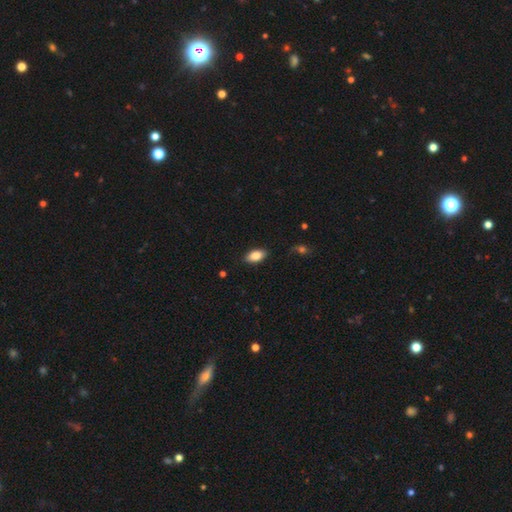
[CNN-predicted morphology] smooth 86%, star or artifact 7%, featured or disk 7%. Down the decision tree: how rounded — in between (92%); merging — none (86%).